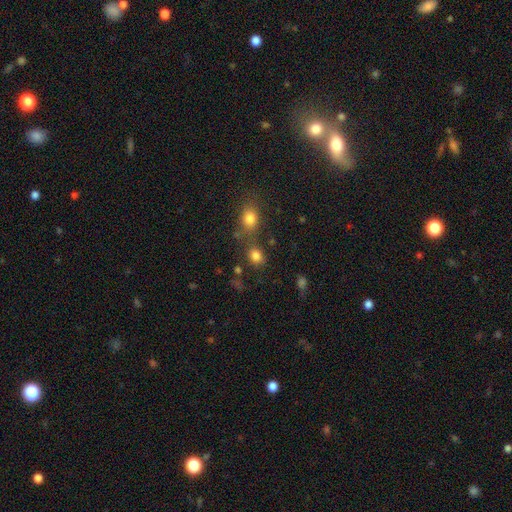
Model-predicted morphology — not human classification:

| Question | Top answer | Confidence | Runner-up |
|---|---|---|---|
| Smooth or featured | smooth | 81% | star or artifact (13%) |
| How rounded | round | 62% | in between (37%) |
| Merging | none | 66% | merger (18%) |